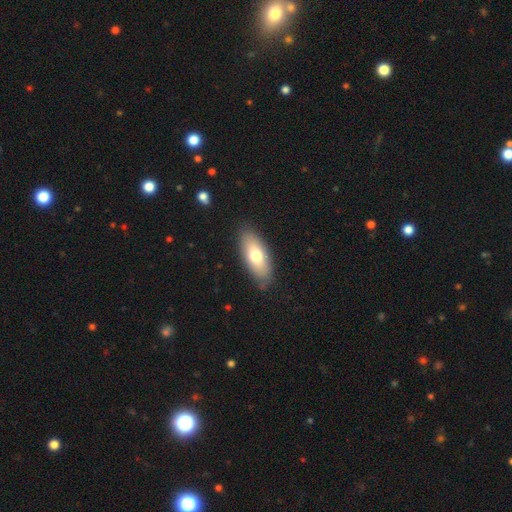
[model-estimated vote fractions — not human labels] Overall: smooth (70%). How rounded: in between (83%). Merging: none (84%).